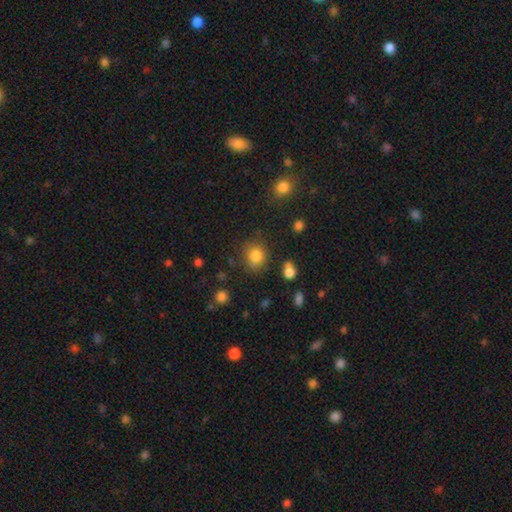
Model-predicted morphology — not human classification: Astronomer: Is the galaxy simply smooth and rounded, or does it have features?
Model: smooth — 82%.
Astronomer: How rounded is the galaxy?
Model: round — 73%.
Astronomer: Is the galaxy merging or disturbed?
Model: none — 77%.